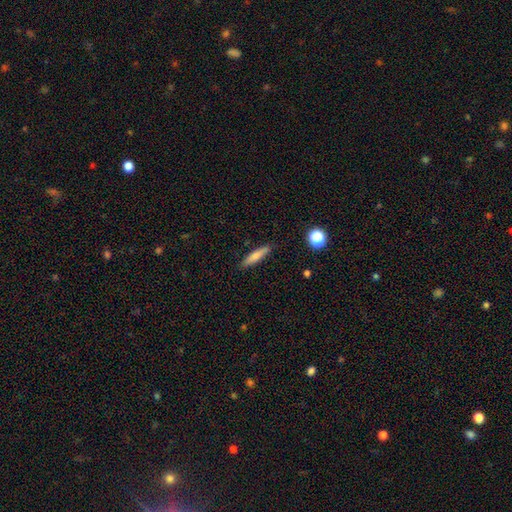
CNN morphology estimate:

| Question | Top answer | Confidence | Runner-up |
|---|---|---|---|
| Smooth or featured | smooth | 73% | featured or disk (19%) |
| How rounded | cigar-shaped | 86% | in between (12%) |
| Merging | none | 87% | minor disturbance (9%) |